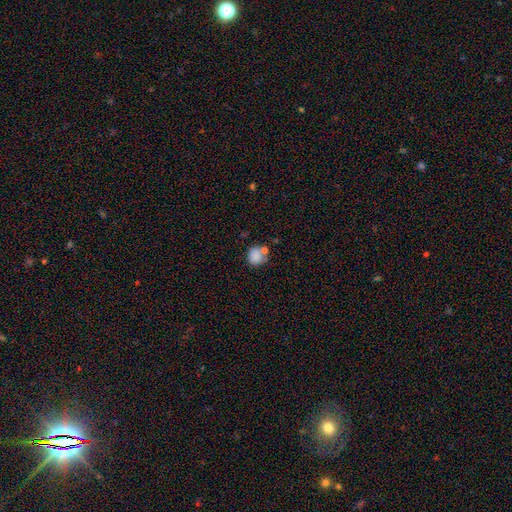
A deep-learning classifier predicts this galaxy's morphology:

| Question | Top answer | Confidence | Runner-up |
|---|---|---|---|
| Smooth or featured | smooth | 83% | star or artifact (10%) |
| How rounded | round | 82% | in between (17%) |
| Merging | none | 56% | merger (22%) |